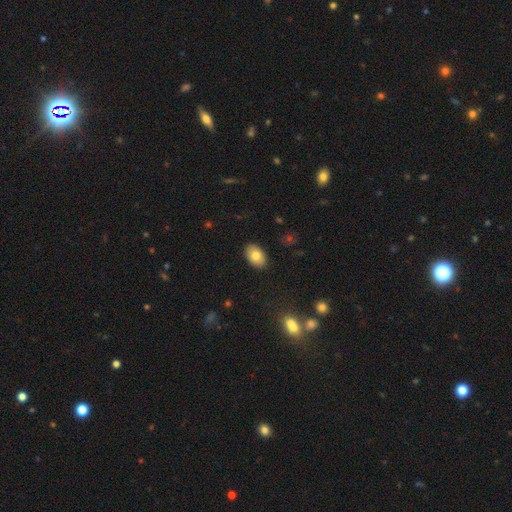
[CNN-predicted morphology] A smooth galaxy with no disk features (79%) that is in between round and cigar-shaped (91%). Merging: none (89%).